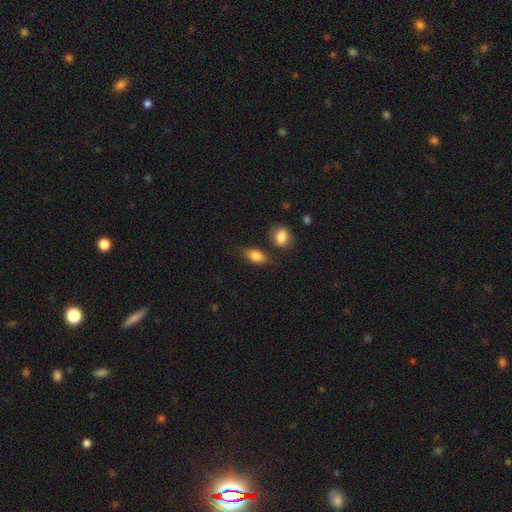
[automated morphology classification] Smooth or featured?
  - smooth: 82% *
  - featured or disk: 10%
  - star or artifact: 8%
How rounded?
  - in between: 85% *
  - round: 9%
  - cigar-shaped: 6%
Merging?
  - none: 68% *
  - minor disturbance: 18%
  - merger: 9%
  - major disturbance: 5%